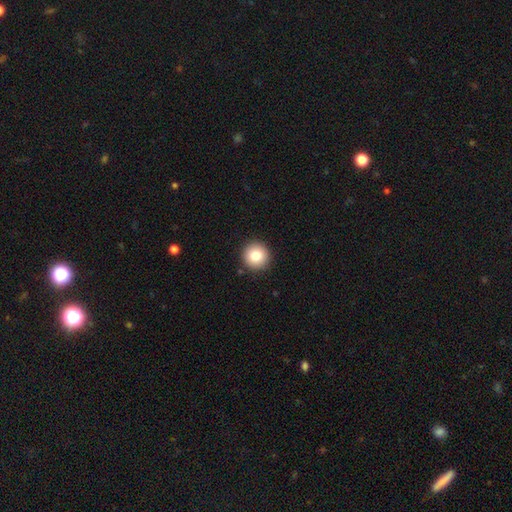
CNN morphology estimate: smooth-or-featured: smooth: 83% | star or artifact: 9% | featured or disk: 8%
  how-rounded: round: 95% | in between: 4% | cigar-shaped: 1%
  merging: none: 91% | minor disturbance: 6% | major disturbance: 2% | merger: 1%